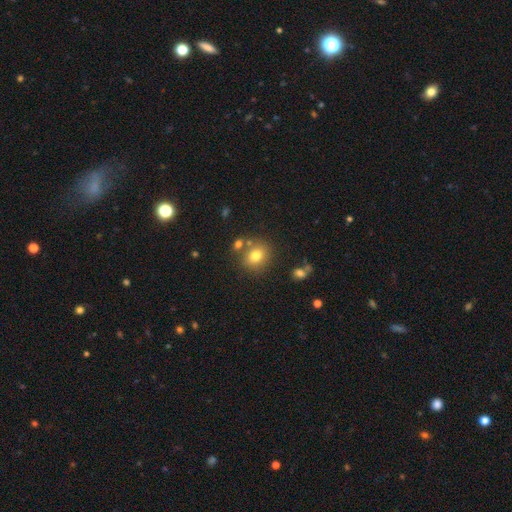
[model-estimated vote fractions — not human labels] Overall: smooth (77%). How rounded: round (69%; in between 30%). Merging: none (74%).